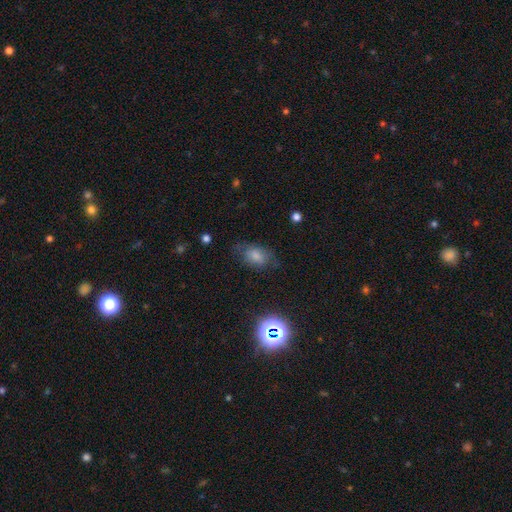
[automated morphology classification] smooth 73%, featured or disk 16%, star or artifact 12%. Down the decision tree: how rounded — in between (86%); merging — none (64%).